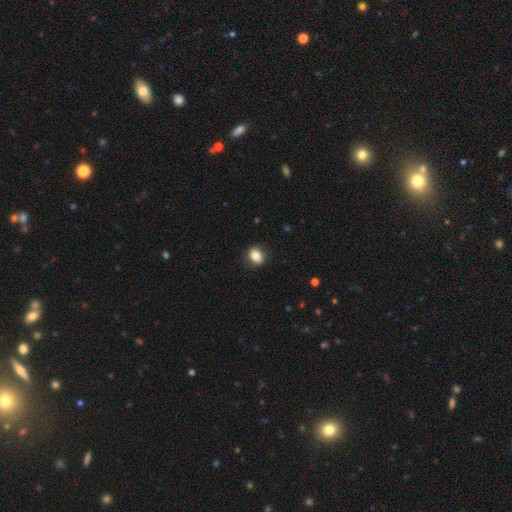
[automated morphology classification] Smooth or featured? smooth (82%)
How rounded? in between (56%)
Merging? none (85%)